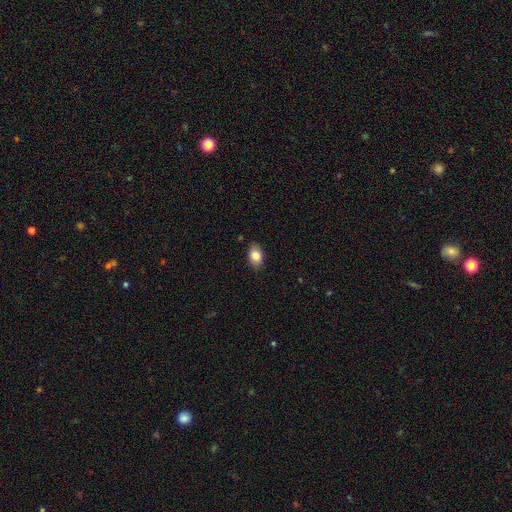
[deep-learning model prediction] Smooth or featured: smooth — 84% (featured or disk — 9%)
How rounded: in between — 85% (round — 13%)
Merging: none — 85% (minor disturbance — 11%)